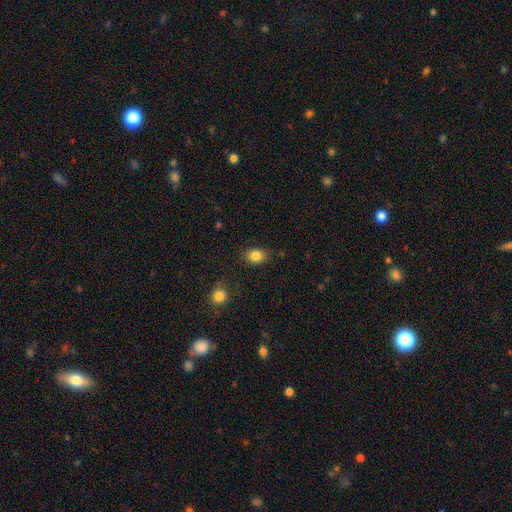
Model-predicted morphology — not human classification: This is clearly a smooth galaxy (85%). How rounded: likely in between (63%). Merging: clearly none (82%).